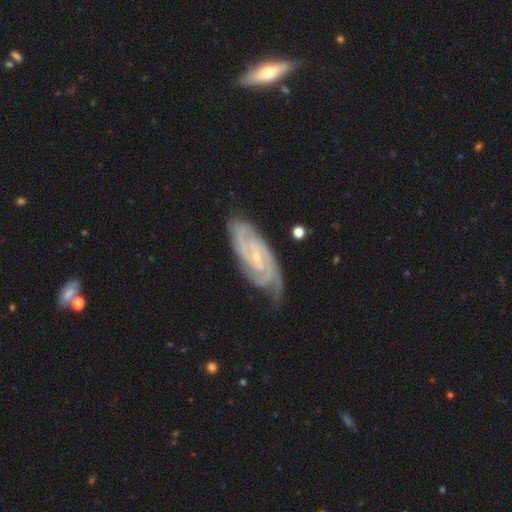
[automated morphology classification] Smooth or featured: featured or disk — 90% (star or artifact — 5%)
Edge-on disk: no — 95% (yes — 5%)
Bar: no — 48% (weak — 36%)
Spiral arms: yes — 98% (no — 2%)
Spiral winding: tight — 69% (medium — 27%)
Spiral arm count: 2 — 46% (3 — 24%)
Bulge size: small — 80% (moderate — 15%)
Merging: none — 72% (minor disturbance — 21%)